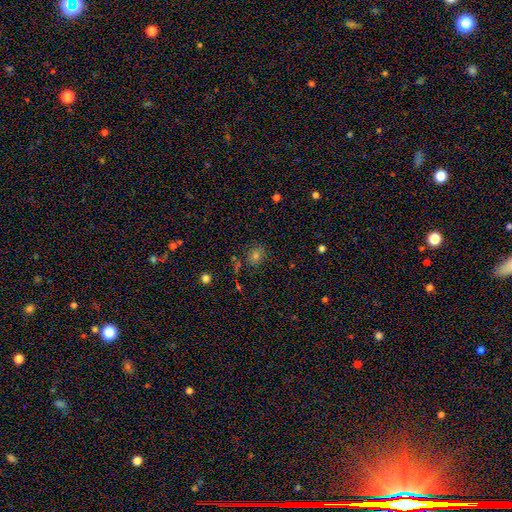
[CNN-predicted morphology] smooth_or_featured: smooth (p=0.62) [alt: star or artifact p=0.26]
how_rounded: round (p=0.69) [alt: in between p=0.30]
merging: none (p=0.79) [alt: minor disturbance p=0.13]